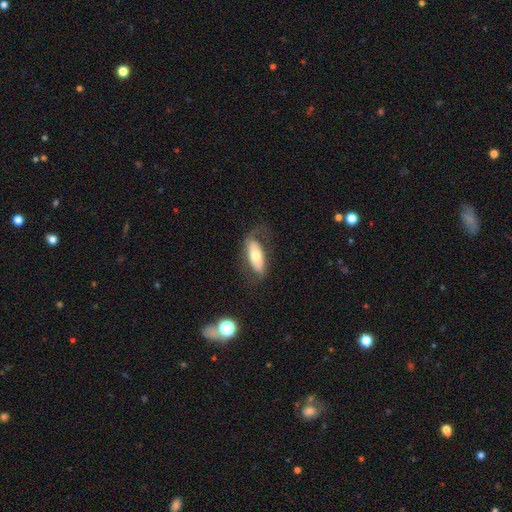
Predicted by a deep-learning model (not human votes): Morphology: type=smooth (51%); roundness=in between (74%); merging=none (57%).